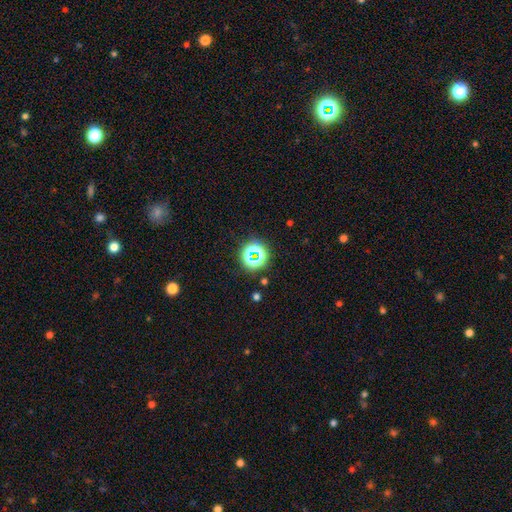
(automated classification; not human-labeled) smooth-or-featured: star or artifact: 59% | smooth: 31% | featured or disk: 11%